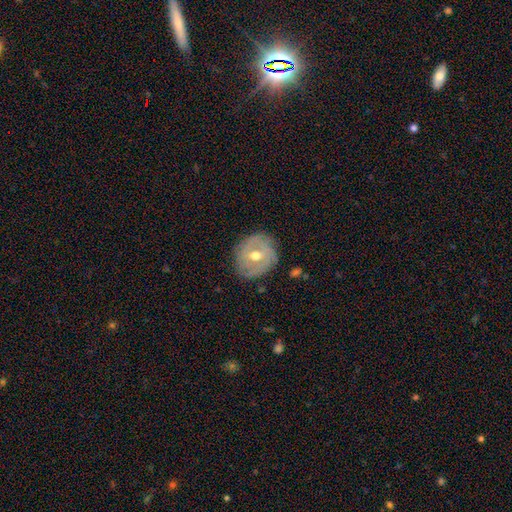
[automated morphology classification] The model was most divided on "bar": weak: 45%, no: 41%, strong: 14%. More confident: edge-on disk — no (96%); merging — none (77%); bulge size — moderate (77%); spiral arms — yes (67%); smooth or featured — featured or disk (67%).